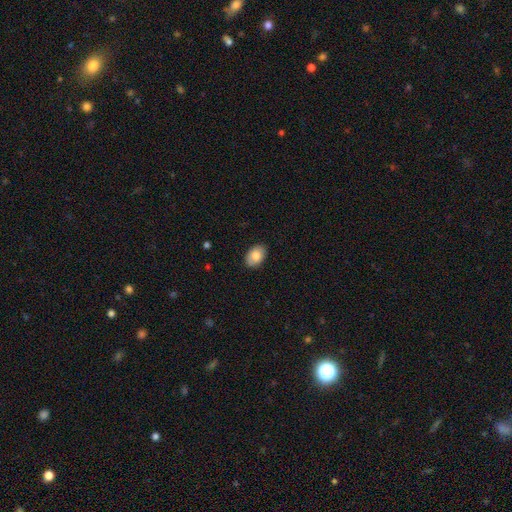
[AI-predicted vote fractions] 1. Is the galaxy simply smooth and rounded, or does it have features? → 79% smooth, 14% featured or disk, 7% star or artifact.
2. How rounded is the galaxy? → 85% in between, 14% round, 1% cigar-shaped.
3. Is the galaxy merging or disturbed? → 88% none, 9% minor disturbance, 2% major disturbance, 1% merger.